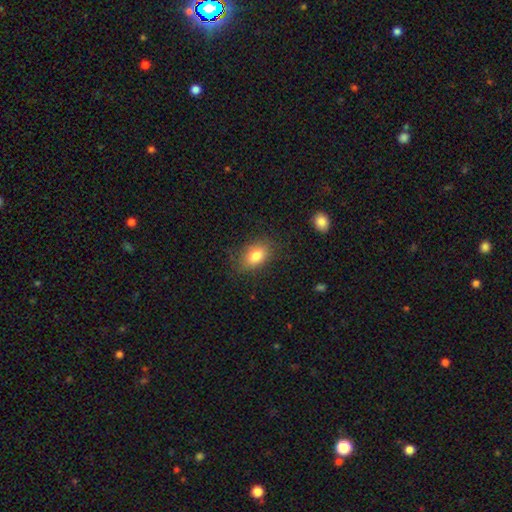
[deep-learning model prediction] A smooth galaxy with no disk features (81%) that is in between round and cigar-shaped (82%). Merging: none (79%).